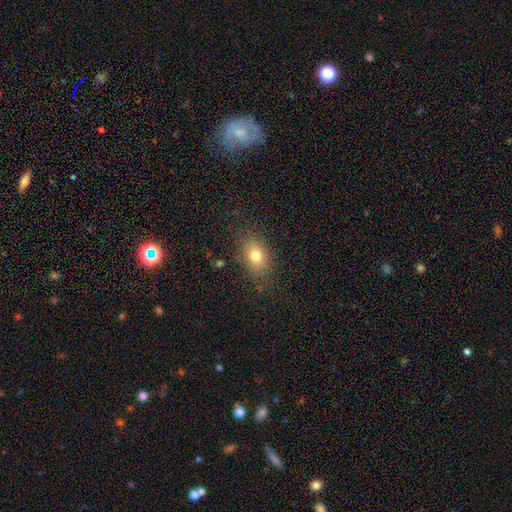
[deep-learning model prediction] This appears to be a smooth galaxy with no disk features (77%) that is in between round and cigar-shaped (74%). Merging: none (80%).